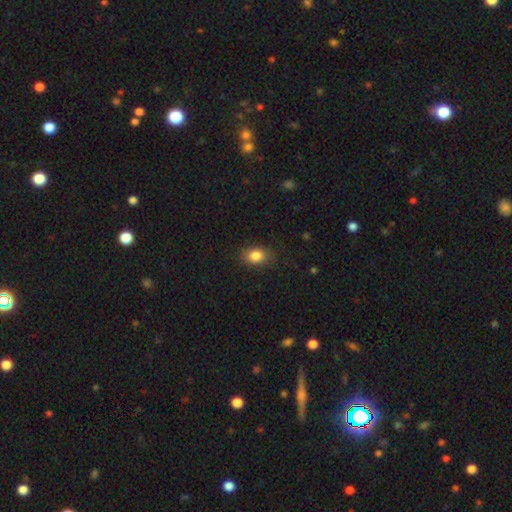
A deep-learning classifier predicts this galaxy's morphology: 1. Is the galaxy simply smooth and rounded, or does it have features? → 85% smooth, 9% star or artifact, 6% featured or disk.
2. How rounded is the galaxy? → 76% in between, 22% round, 1% cigar-shaped.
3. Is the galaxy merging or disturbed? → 85% none, 11% minor disturbance, 3% major disturbance, 1% merger.